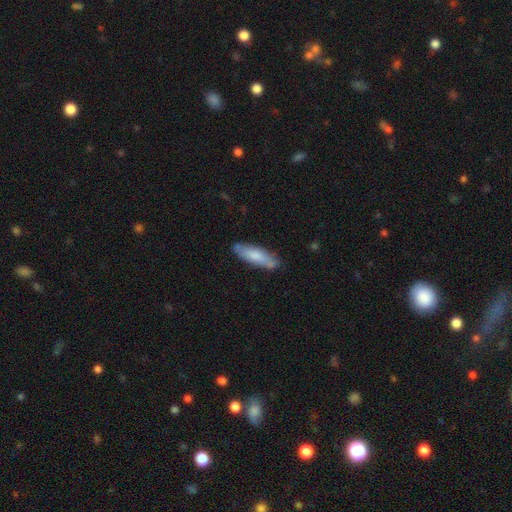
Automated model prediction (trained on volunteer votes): smooth 70%, featured or disk 25%, star or artifact 5%. Down the decision tree: how rounded — cigar-shaped (58%); merging — none (78%).